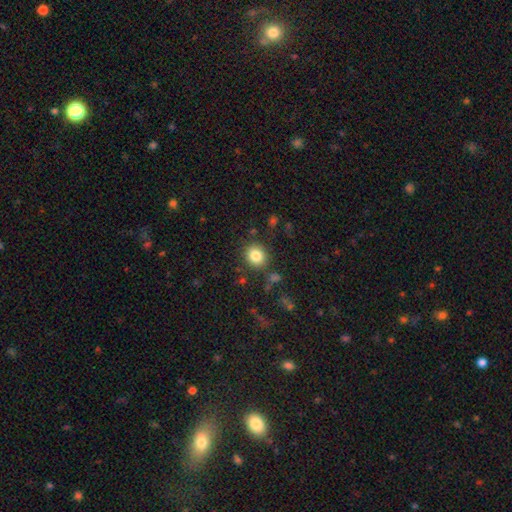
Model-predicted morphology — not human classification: Smooth or featured? smooth (83%)
How rounded? round (85%)
Merging? none (86%)